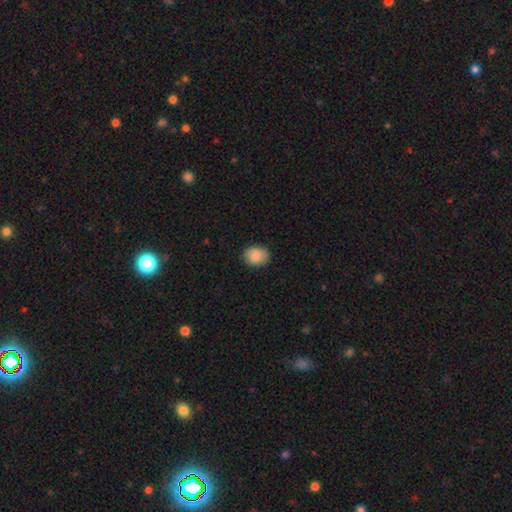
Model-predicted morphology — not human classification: This is clearly a smooth galaxy (87%). How rounded: possibly round (54%). Merging: clearly none (86%).